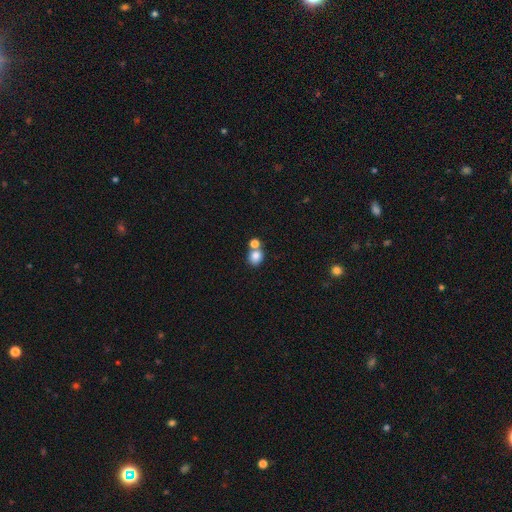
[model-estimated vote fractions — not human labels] Smooth or featured? smooth (82%)
How rounded? round (69%)
Merging? none (52%)